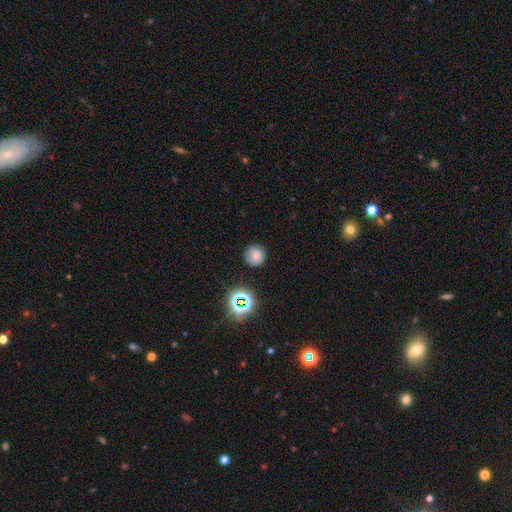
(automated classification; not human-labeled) smooth-or-featured: smooth: 73% | star or artifact: 18% | featured or disk: 9%
  how-rounded: round: 91% | in between: 8% | cigar-shaped: 1%
  merging: none: 81% | minor disturbance: 14% | major disturbance: 4% | merger: 2%